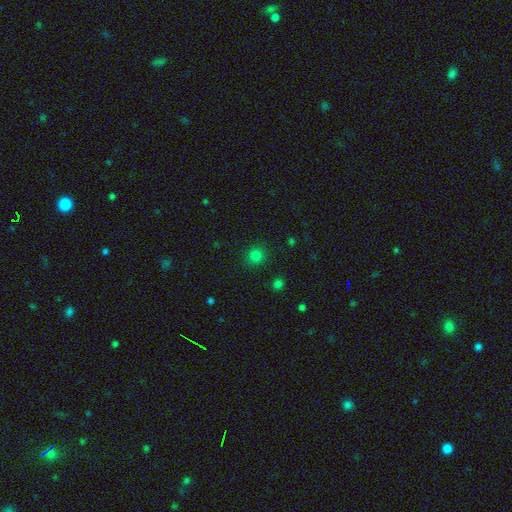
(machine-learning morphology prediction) Q: Smooth or featured?
A: smooth (79%); runner-up: star or artifact (17%)
Q: How rounded?
A: round (91%); runner-up: in between (8%)
Q: Merging?
A: none (89%); runner-up: minor disturbance (7%)